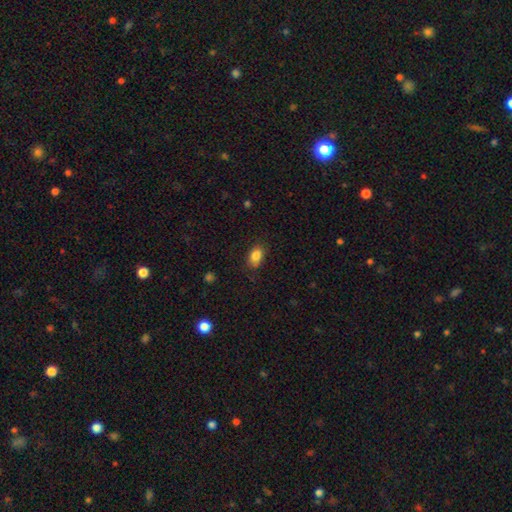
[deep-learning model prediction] This is clearly a smooth galaxy (85%). How rounded: clearly in between (83%). Merging: clearly none (80%).